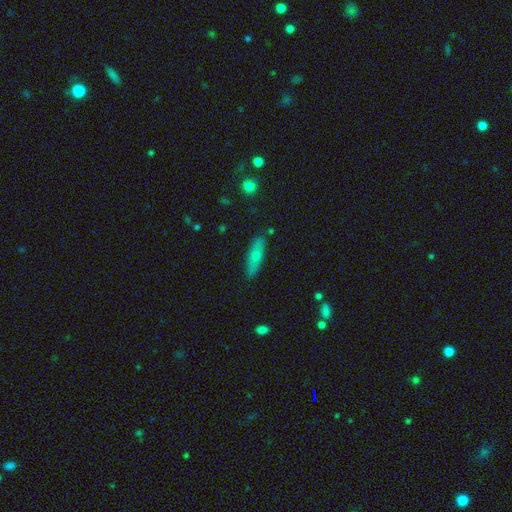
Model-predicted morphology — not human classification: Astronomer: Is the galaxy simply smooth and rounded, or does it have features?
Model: smooth — 64%.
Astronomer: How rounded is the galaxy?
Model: cigar-shaped — 58% (runner-up: in between, 39%).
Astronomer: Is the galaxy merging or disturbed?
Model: none — 83%.